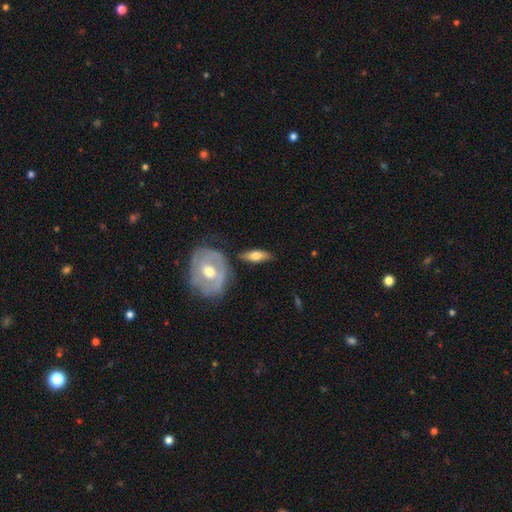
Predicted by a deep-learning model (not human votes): Smooth or featured: smooth — 58% (featured or disk — 37%)
How rounded: in between — 67% (cigar-shaped — 28%)
Merging: none — 76% (minor disturbance — 14%)